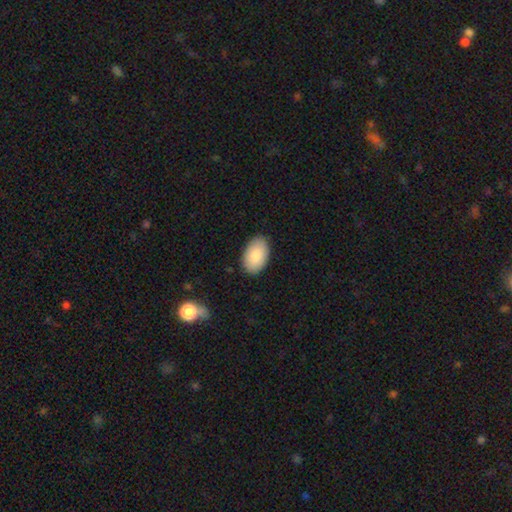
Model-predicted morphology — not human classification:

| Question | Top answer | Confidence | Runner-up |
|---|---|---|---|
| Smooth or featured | smooth | 86% | featured or disk (8%) |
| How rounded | in between | 94% | round (5%) |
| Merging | none | 87% | minor disturbance (10%) |